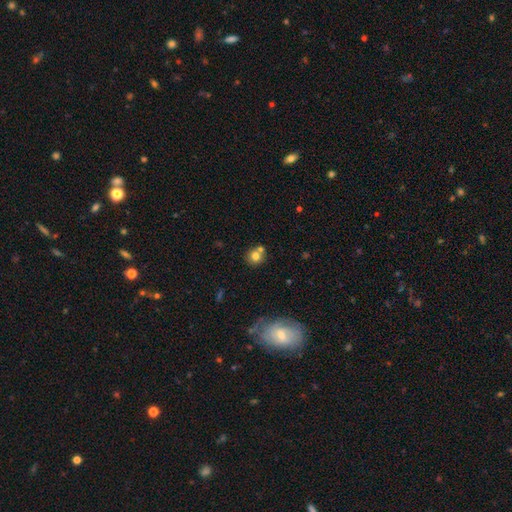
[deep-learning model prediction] Smooth or featured? smooth (76%)
How rounded? round (87%)
Merging? none (60%)